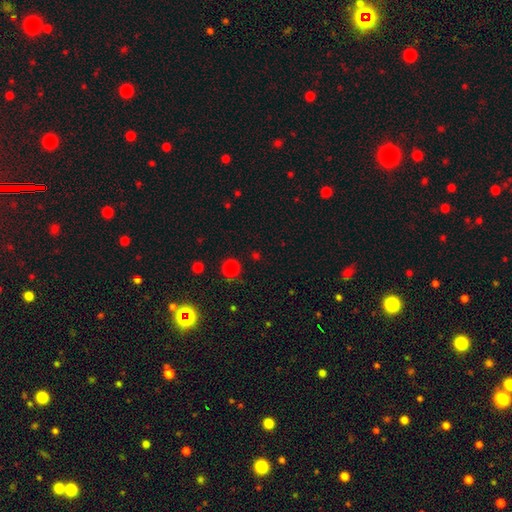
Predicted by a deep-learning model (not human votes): The model was most divided on "smooth or featured": smooth: 74%, star or artifact: 22%, featured or disk: 4%. More confident: how rounded — round (94%); merging — none (88%).